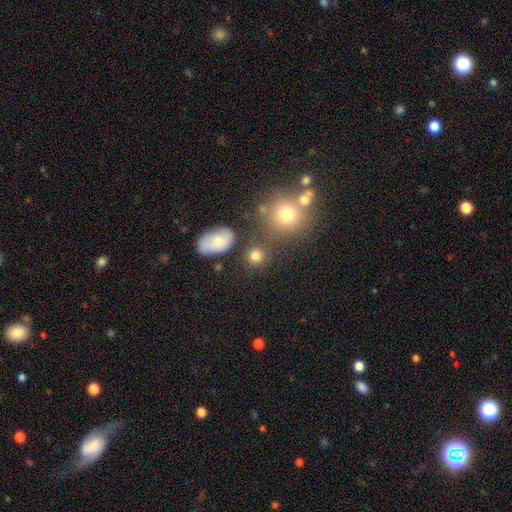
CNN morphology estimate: The model was most divided on "merging": none: 70%, merger: 14%, minor disturbance: 11%, major disturbance: 5%. More confident: how rounded — round (81%); smooth or featured — smooth (80%).